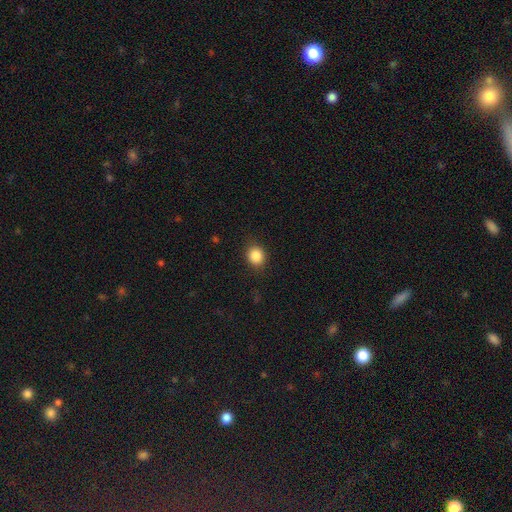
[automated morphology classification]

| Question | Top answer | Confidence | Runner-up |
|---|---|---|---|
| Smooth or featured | smooth | 86% | star or artifact (10%) |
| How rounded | round | 74% | in between (25%) |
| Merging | none | 87% | minor disturbance (9%) |